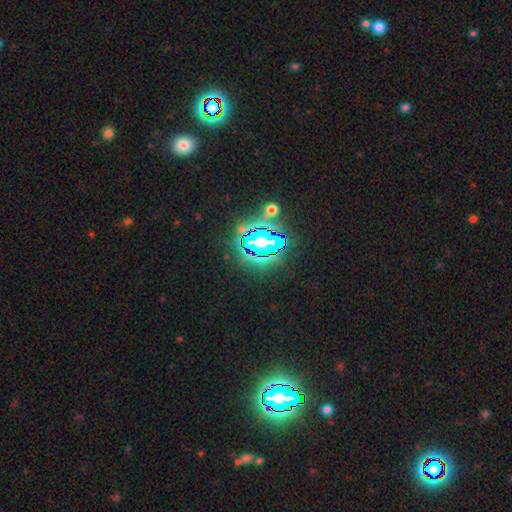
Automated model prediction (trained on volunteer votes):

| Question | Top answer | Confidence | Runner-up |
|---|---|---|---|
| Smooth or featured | star or artifact | 82% | smooth (11%) |